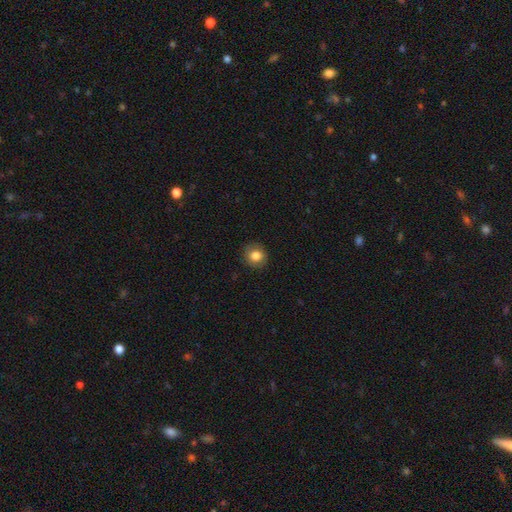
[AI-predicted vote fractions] This appears to be a smooth galaxy with no disk features (82%) that is round (86%). Merging: none (88%).